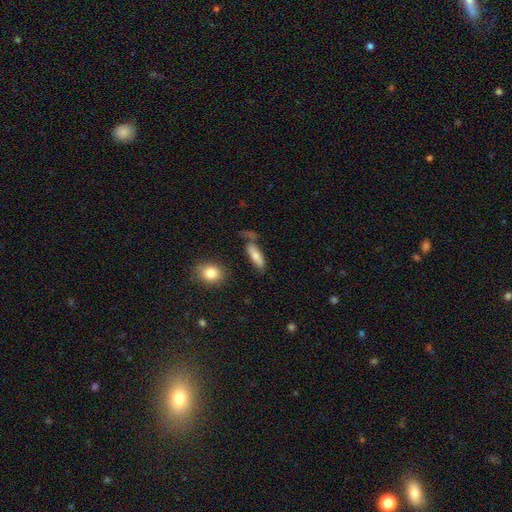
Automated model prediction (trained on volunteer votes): This is likely a smooth galaxy (71%). How rounded: possibly in between (57%). Merging: possibly none (55%).